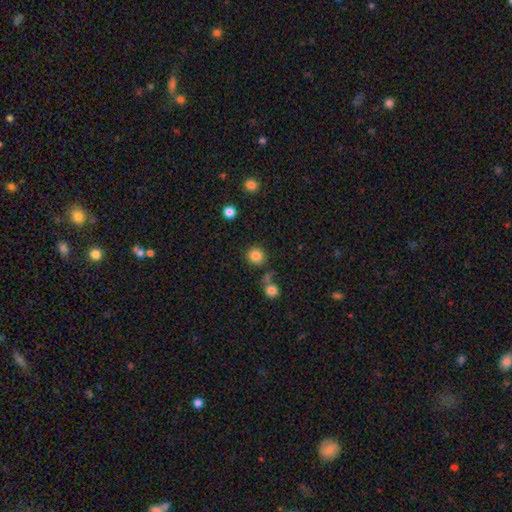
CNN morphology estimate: smooth-or-featured: smooth: 84% | star or artifact: 11% | featured or disk: 5%
  how-rounded: round: 90% | in between: 9% | cigar-shaped: 1%
  merging: none: 80% | minor disturbance: 9% | merger: 8% | major disturbance: 3%